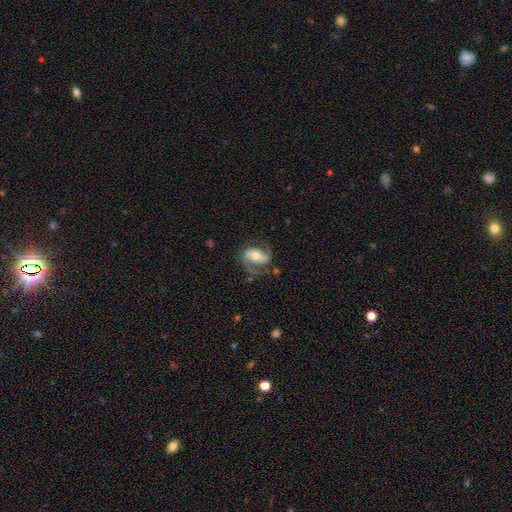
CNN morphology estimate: Smooth or featured? Predicted: featured or disk (p=0.86). Edge-on disk? Predicted: no (p=0.97). Bar? Predicted: strong (p=0.37). Spiral arms? Predicted: yes (p=0.96). Spiral winding? Predicted: medium (p=0.52). Spiral arm count? Predicted: 2 (p=0.88). Bulge size? Predicted: moderate (p=0.65). Merging? Predicted: none (p=0.70).